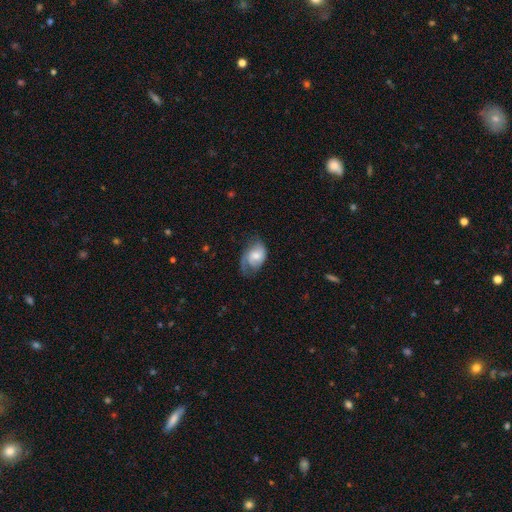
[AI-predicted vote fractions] Morphology: type=featured or disk (50%); merging=none (42%).